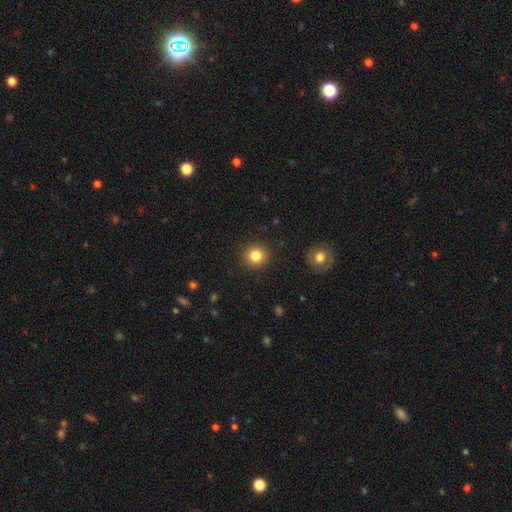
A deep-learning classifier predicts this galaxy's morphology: Q: Smooth or featured?
A: smooth (82%); runner-up: star or artifact (11%)
Q: How rounded?
A: round (90%); runner-up: in between (9%)
Q: Merging?
A: none (90%); runner-up: minor disturbance (6%)